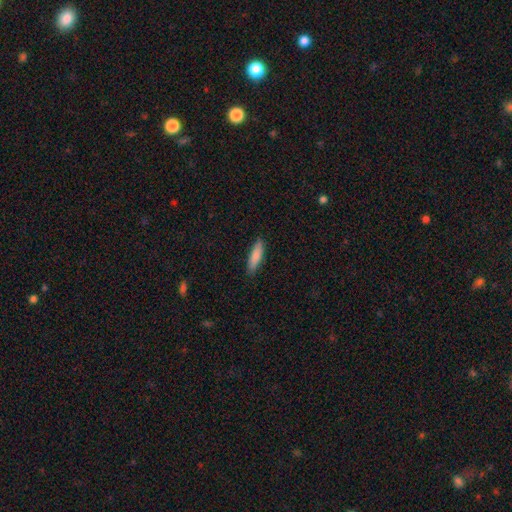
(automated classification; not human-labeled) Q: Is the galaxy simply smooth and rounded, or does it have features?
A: smooth — 84%.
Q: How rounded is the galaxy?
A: cigar-shaped — 67%.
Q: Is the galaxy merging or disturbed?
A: none — 86%.